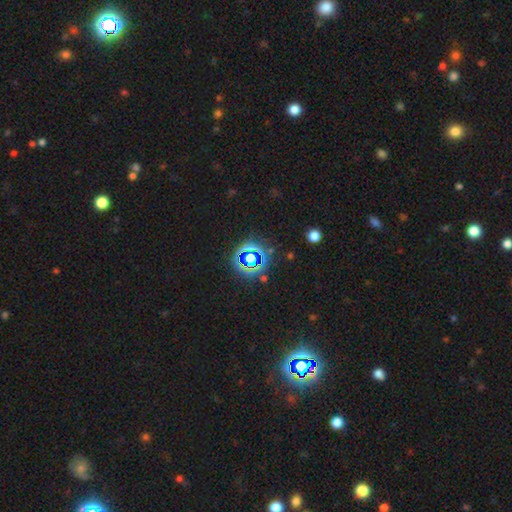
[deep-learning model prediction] Smooth or featured?
  - star or artifact: 72% *
  - smooth: 19%
  - featured or disk: 9%